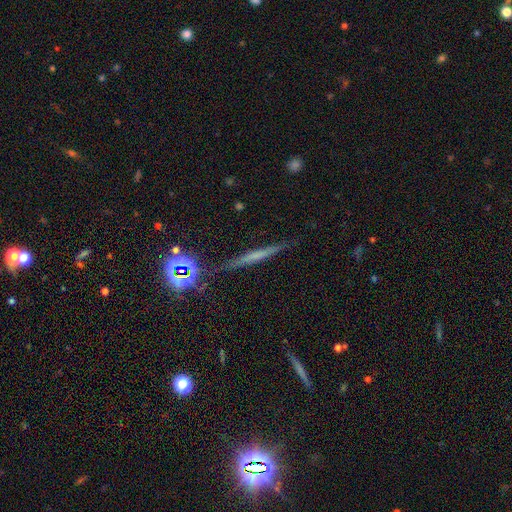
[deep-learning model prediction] Smooth or featured? featured or disk (41%)
Merging? none (85%)